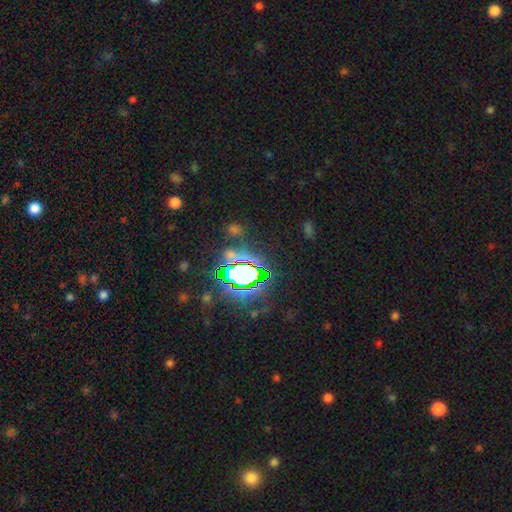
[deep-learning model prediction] Smooth or featured? Predicted: star or artifact (p=0.83).